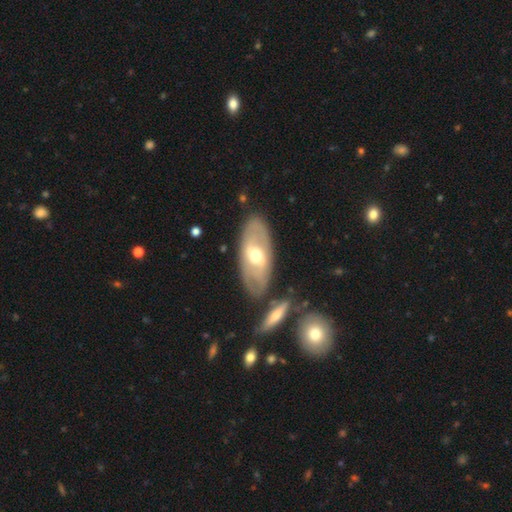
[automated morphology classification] featured or disk 59%, smooth 36%, star or artifact 5%. Down the decision tree: edge-on disk — no (85%); bar — no (46%); spiral arms — no (53%); bulge size — moderate (72%); merging — none (79%).